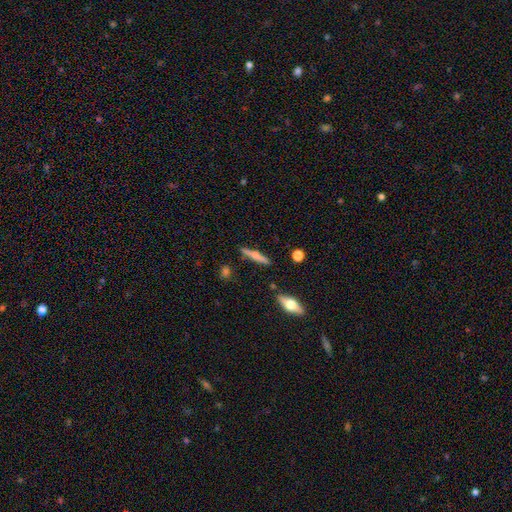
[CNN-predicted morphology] type=smooth (57%); roundness=cigar-shaped (88%); merging=none (82%).